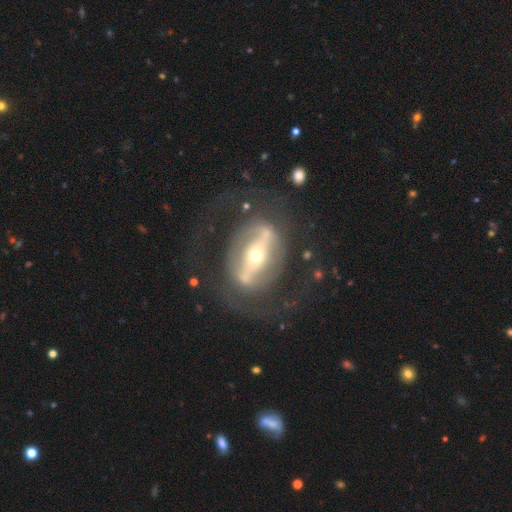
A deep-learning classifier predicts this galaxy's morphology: This appears to be a featured or disk galaxy (79%) with a strong bar (71%), no spiral arms (55%) and a small central bulge (52%). Merging: none (64%).